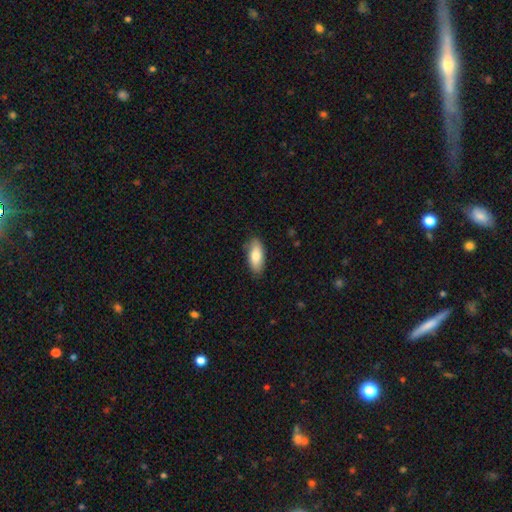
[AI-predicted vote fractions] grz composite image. It shows a smooth galaxy with no disk features (80%) that is in between round and cigar-shaped (86%). Merging: none (84%).